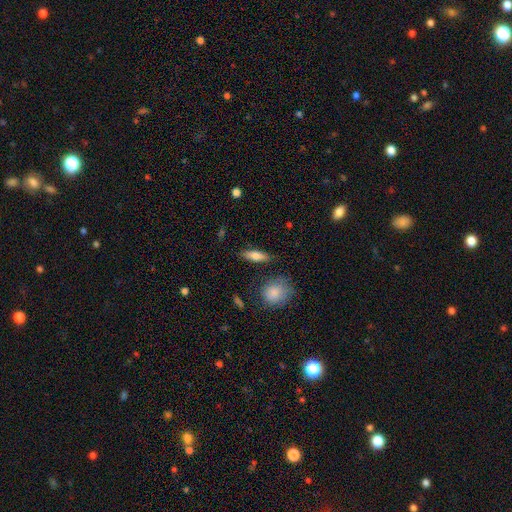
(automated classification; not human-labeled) A smooth galaxy with no disk features (74%) that is in between round and cigar-shaped (56%).

Vote fractions:
- Smooth or featured? smooth: 74% / featured or disk: 19% / star or artifact: 7%
- How rounded? in between: 56% / cigar-shaped: 40% / round: 4%
- Merging? none: 84% / minor disturbance: 10% / major disturbance: 3% / merger: 3%